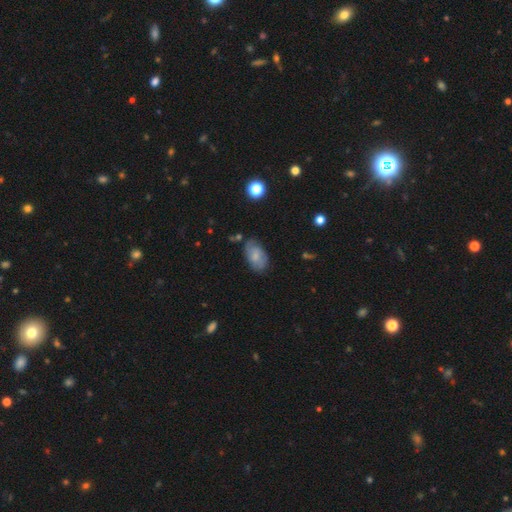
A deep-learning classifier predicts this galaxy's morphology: smooth-or-featured: smooth: 65% | featured or disk: 28% | star or artifact: 8%
  how-rounded: in between: 93% | round: 5% | cigar-shaped: 2%
  merging: none: 68% | minor disturbance: 24% | major disturbance: 6% | merger: 3%